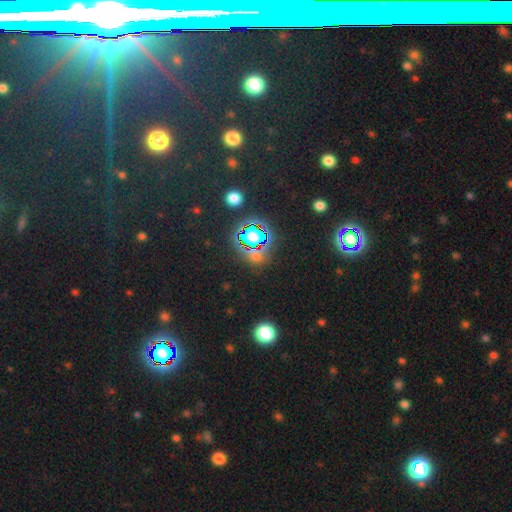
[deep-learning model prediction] Smooth or featured? Predicted: star or artifact (p=0.64).